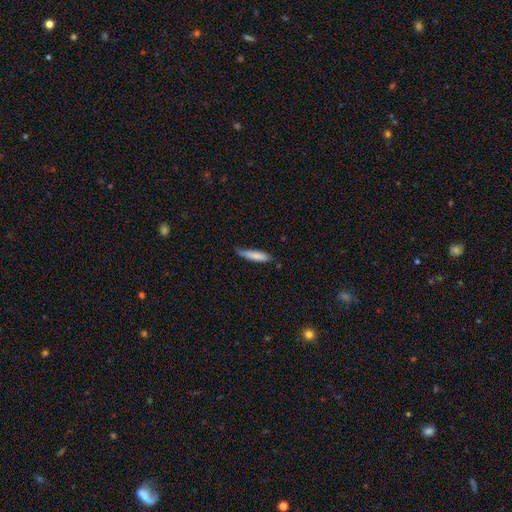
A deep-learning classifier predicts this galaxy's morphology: Q: Smooth or featured?
A: smooth (80%); runner-up: featured or disk (14%)
Q: How rounded?
A: cigar-shaped (79%); runner-up: in between (20%)
Q: Merging?
A: none (60%); runner-up: minor disturbance (32%)